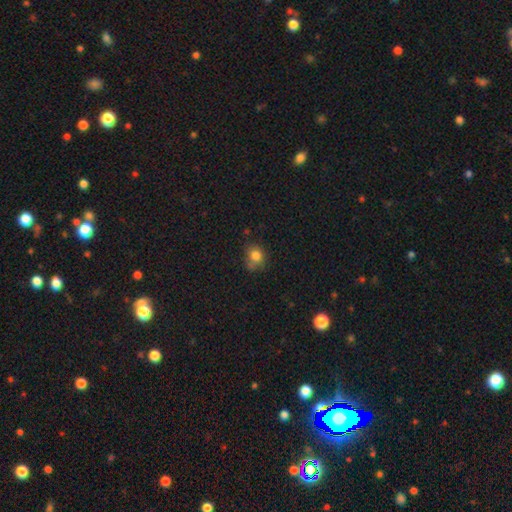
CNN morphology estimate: Smooth or featured: smooth — 80% (star or artifact — 12%)
How rounded: round — 68% (in between — 31%)
Merging: none — 55% (minor disturbance — 26%)